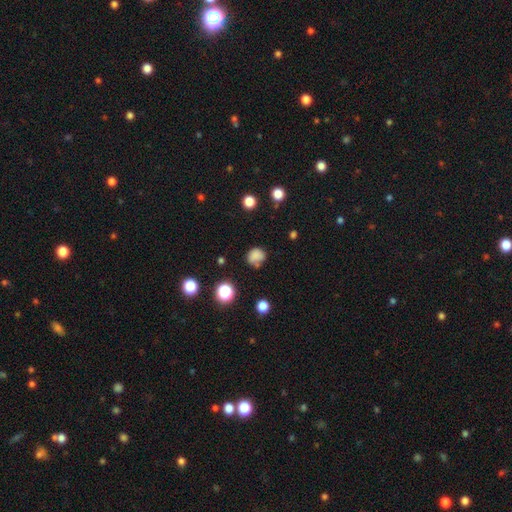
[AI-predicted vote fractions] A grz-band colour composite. It shows a smooth galaxy with no disk features (78%) that is round (68%). Merging: none (58%).